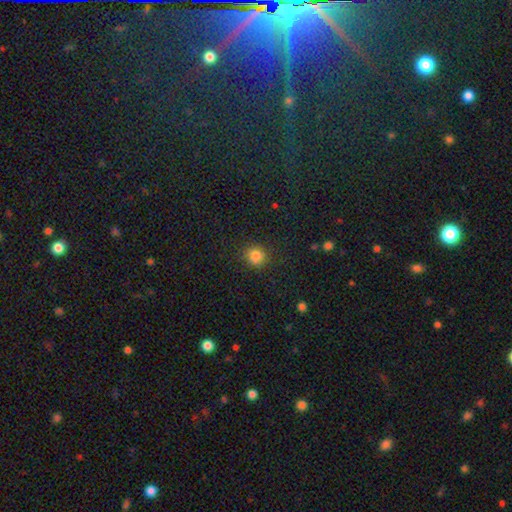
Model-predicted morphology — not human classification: This is clearly a smooth galaxy (82%). How rounded: clearly round (88%). Merging: clearly none (88%).